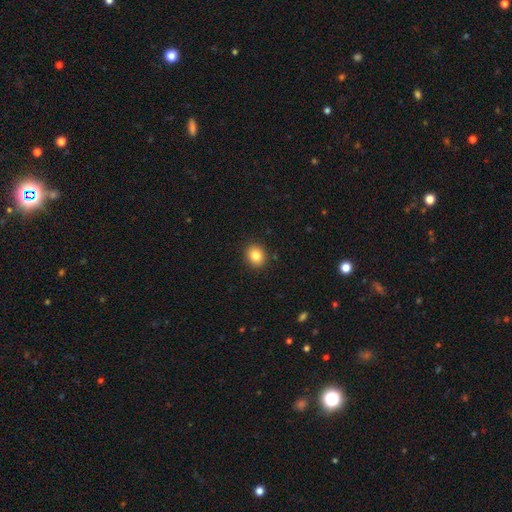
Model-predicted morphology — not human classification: smooth-or-featured: smooth: 83% | star or artifact: 10% | featured or disk: 7%
  how-rounded: round: 73% | in between: 26% | cigar-shaped: 1%
  merging: none: 91% | minor disturbance: 6% | major disturbance: 2% | merger: 1%